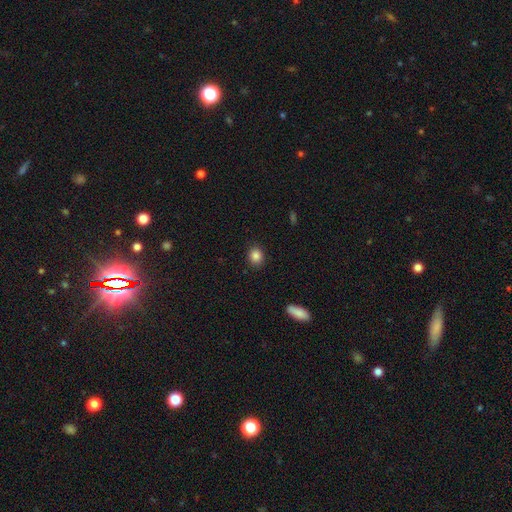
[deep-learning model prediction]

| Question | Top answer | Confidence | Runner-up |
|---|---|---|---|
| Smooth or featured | smooth | 86% | star or artifact (10%) |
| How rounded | round | 68% | in between (31%) |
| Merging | none | 89% | minor disturbance (8%) |